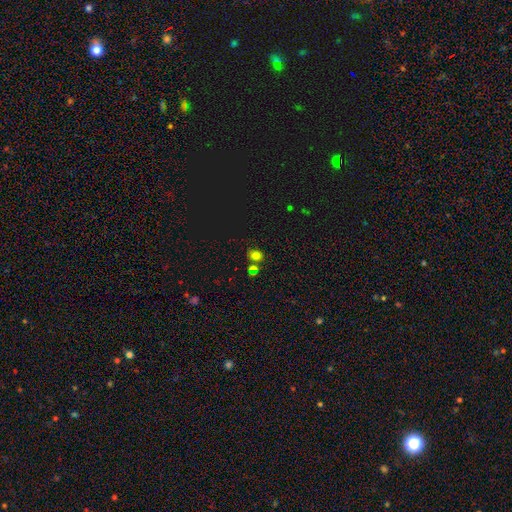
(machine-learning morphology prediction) type=smooth (70%); roundness=round (57%); merging=none (70%).